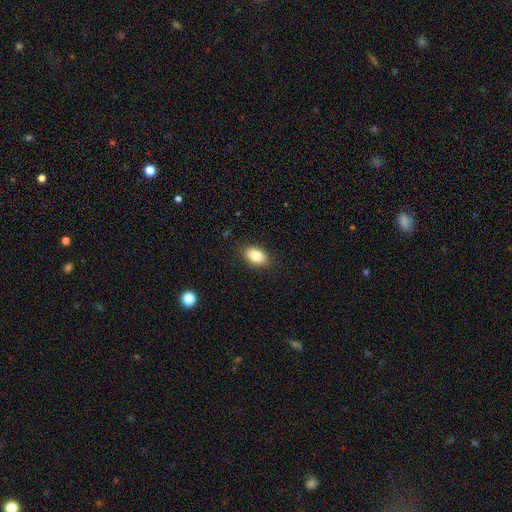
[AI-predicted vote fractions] Smooth or featured: smooth — 84% (featured or disk — 8%)
How rounded: in between — 89% (round — 9%)
Merging: none — 88% (minor disturbance — 9%)